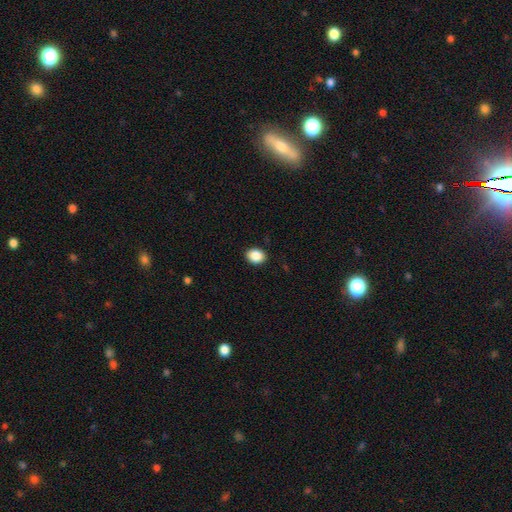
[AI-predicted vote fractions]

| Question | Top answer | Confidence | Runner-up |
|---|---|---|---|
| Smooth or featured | smooth | 88% | star or artifact (8%) |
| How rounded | in between | 58% | round (41%) |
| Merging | none | 91% | minor disturbance (7%) |